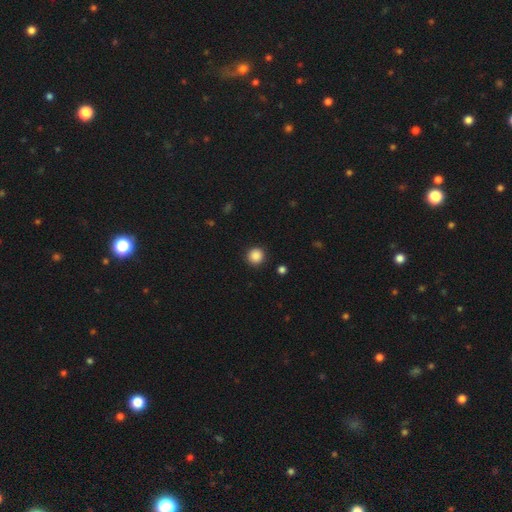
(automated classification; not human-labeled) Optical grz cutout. It shows a smooth galaxy with no disk features (87%) that is round (94%). Merging: none (91%).